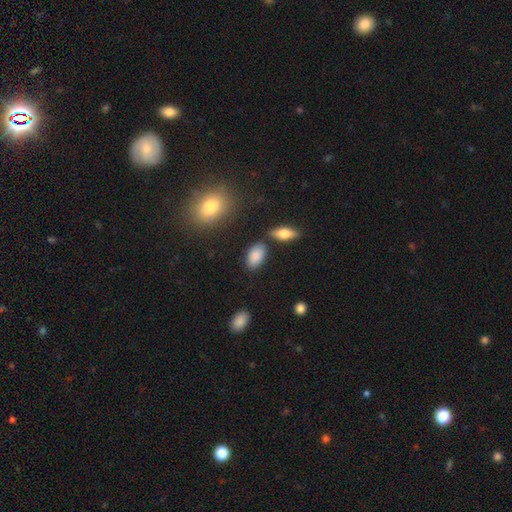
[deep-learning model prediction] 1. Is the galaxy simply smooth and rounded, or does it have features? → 85% smooth, 8% star or artifact, 7% featured or disk.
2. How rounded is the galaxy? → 92% in between, 5% round, 3% cigar-shaped.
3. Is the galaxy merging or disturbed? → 77% none, 14% minor disturbance, 6% merger, 3% major disturbance.